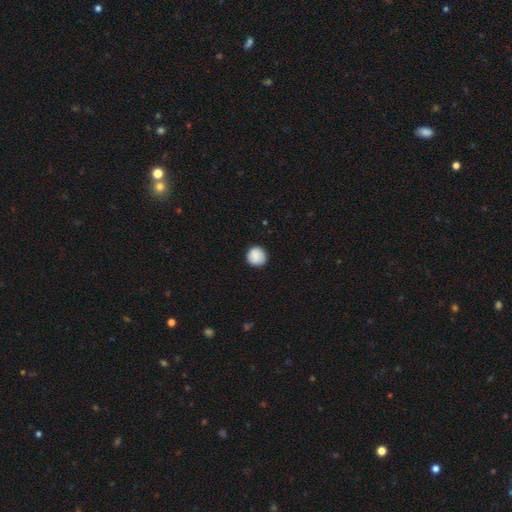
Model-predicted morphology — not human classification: A smooth galaxy with no disk features (88%) that is round (93%).

Vote fractions:
- Smooth or featured? smooth: 88% / star or artifact: 7% / featured or disk: 5%
- How rounded? round: 93% / in between: 6% / cigar-shaped: 1%
- Merging? none: 87% / minor disturbance: 10% / major disturbance: 2% / merger: 1%